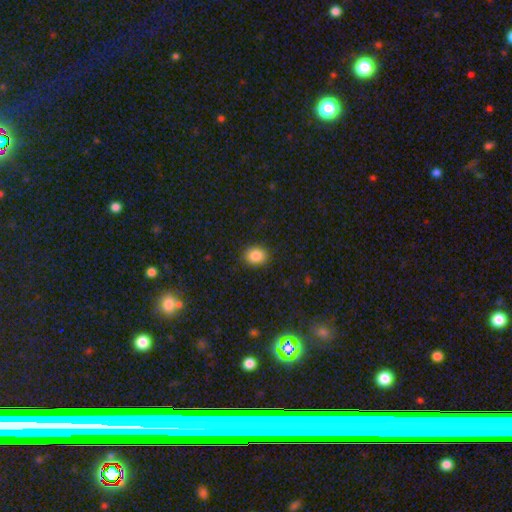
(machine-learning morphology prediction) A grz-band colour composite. It shows a smooth galaxy with no disk features (86%) that is round (61%). Merging: none (88%).